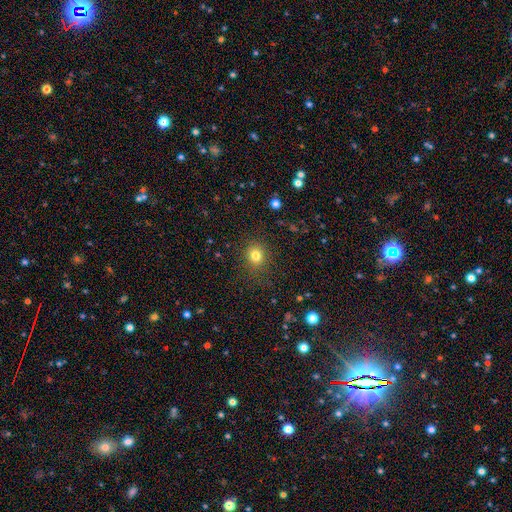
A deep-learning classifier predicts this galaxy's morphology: Smooth or featured?
  - smooth: 79% *
  - star or artifact: 14%
  - featured or disk: 7%
How rounded?
  - round: 79% *
  - in between: 20%
  - cigar-shaped: 1%
Merging?
  - none: 85% *
  - minor disturbance: 10%
  - major disturbance: 4%
  - merger: 1%